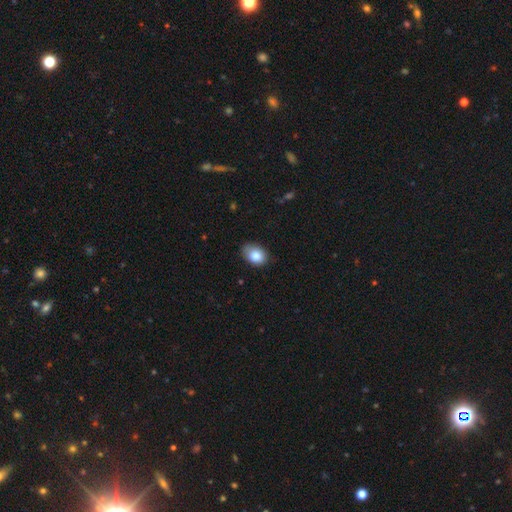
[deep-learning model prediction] smooth-or-featured: smooth: 84% | featured or disk: 8% | star or artifact: 8%
  how-rounded: in between: 72% | round: 27% | cigar-shaped: 1%
  merging: none: 69% | minor disturbance: 25% | major disturbance: 4% | merger: 1%